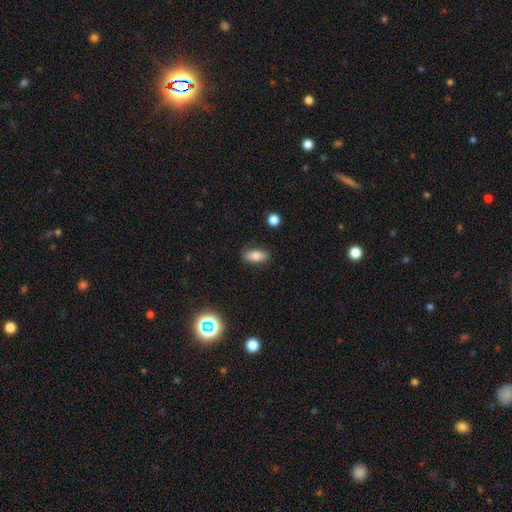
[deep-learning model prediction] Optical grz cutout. It shows a smooth galaxy with no disk features (75%) that is in between round and cigar-shaped (82%). Merging: none (80%).